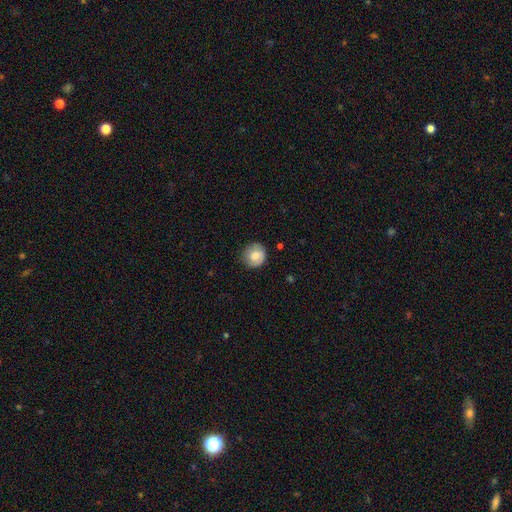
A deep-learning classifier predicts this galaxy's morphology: This is likely a smooth galaxy (77%). How rounded: clearly round (90%). Merging: likely none (75%).